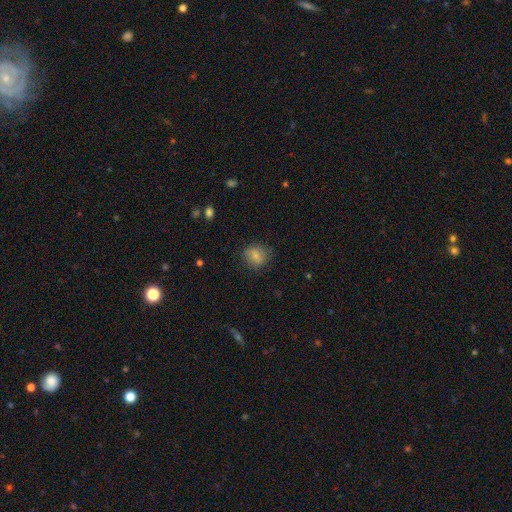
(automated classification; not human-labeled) Smooth or featured? smooth (76%)
How rounded? round (77%)
Merging? none (79%)